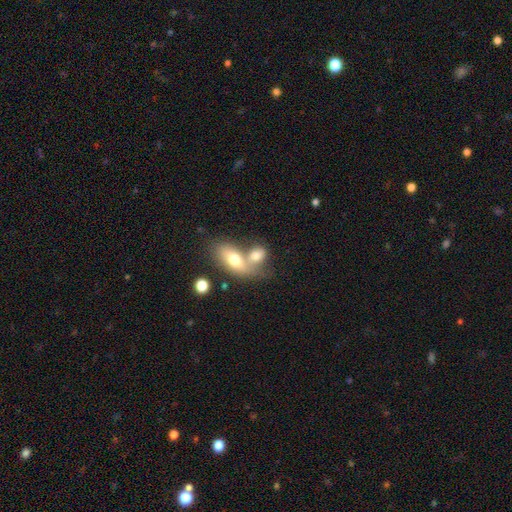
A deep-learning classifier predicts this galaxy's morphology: A smooth galaxy with no disk features (72%) that is in between round and cigar-shaped (79%).

Vote fractions:
- Smooth or featured? smooth: 72% / featured or disk: 20% / star or artifact: 8%
- How rounded? in between: 79% / round: 17% / cigar-shaped: 5%
- Merging? merger: 63% / none: 23% / minor disturbance: 8% / major disturbance: 5%